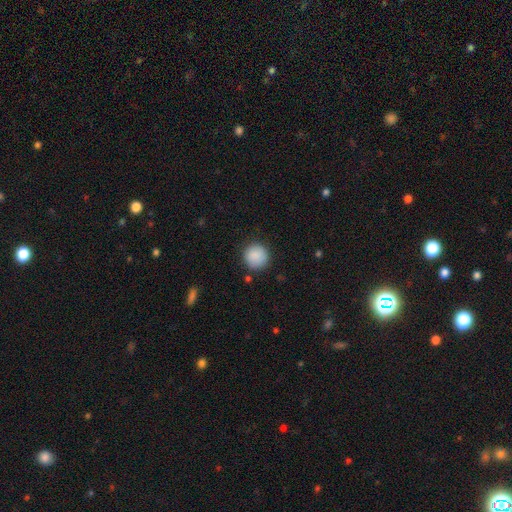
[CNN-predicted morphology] Smooth or featured: smooth — 89% (star or artifact — 7%)
How rounded: round — 93% (in between — 6%)
Merging: none — 86% (minor disturbance — 9%)